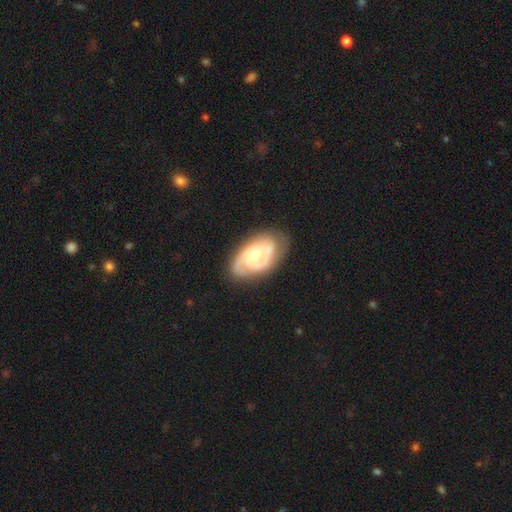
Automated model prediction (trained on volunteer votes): featured or disk 80%, smooth 15%, star or artifact 5%. Down the decision tree: edge-on disk — no (96%); bar — no (70%); spiral arms — yes (93%); spiral arm count — 2 (50%); spiral winding — tight (58%); bulge size — moderate (59%); merging — none (71%).